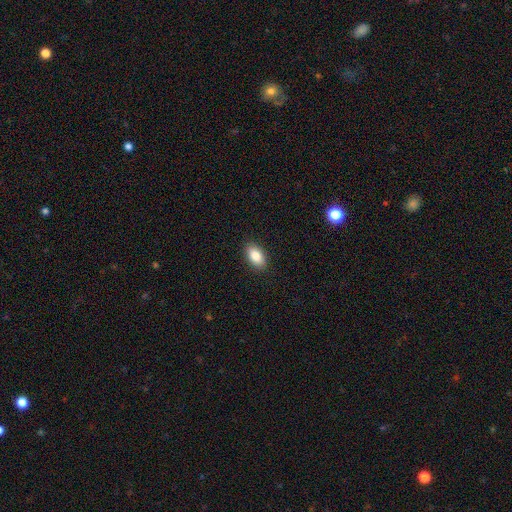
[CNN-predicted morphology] Smooth or featured?
  - smooth: 85% *
  - featured or disk: 8%
  - star or artifact: 7%
How rounded?
  - in between: 92% *
  - round: 6%
  - cigar-shaped: 3%
Merging?
  - none: 89% *
  - minor disturbance: 8%
  - major disturbance: 2%
  - merger: 1%